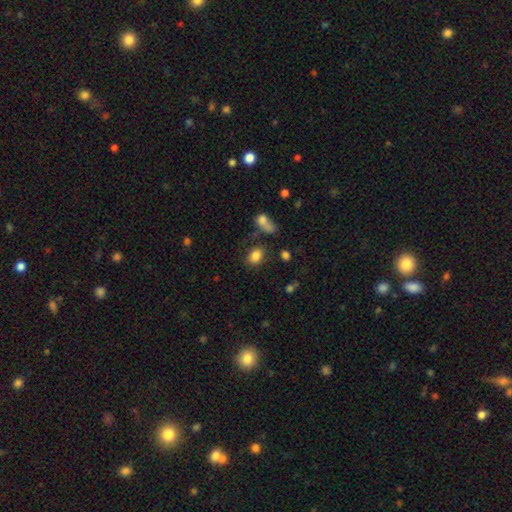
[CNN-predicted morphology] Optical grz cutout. It shows a smooth galaxy with no disk features (83%) that is in between round and cigar-shaped (63%). Merging: none (70%).